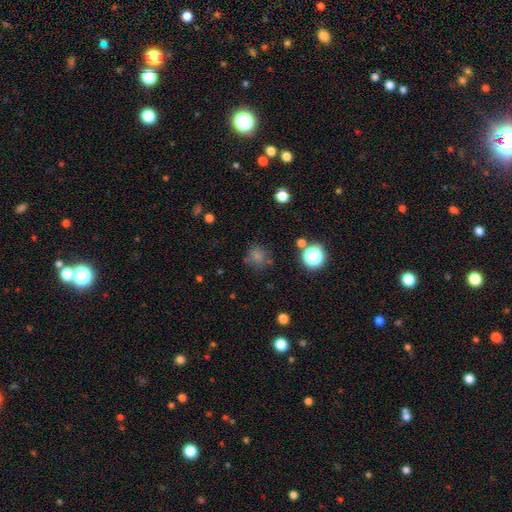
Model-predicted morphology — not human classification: A smooth galaxy with no disk features (57%) that is round (90%).

Vote fractions:
- Smooth or featured? smooth: 57% / star or artifact: 34% / featured or disk: 9%
- How rounded? round: 90% / in between: 9% / cigar-shaped: 1%
- Merging? none: 80% / minor disturbance: 12% / major disturbance: 5% / merger: 3%